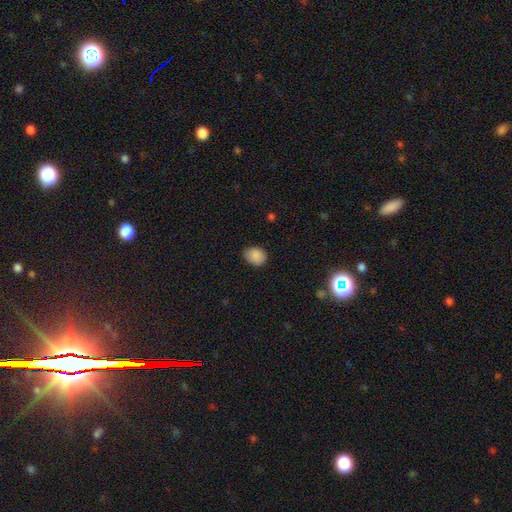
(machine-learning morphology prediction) Overall: smooth (87%). How rounded: in between (54%; round 45%). Merging: none (74%).